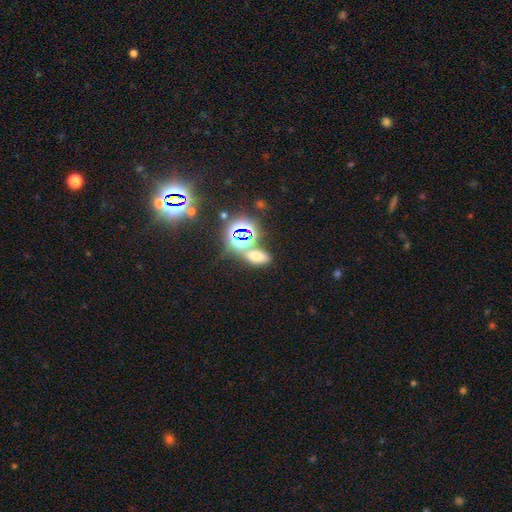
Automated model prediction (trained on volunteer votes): A smooth galaxy with no disk features (55%) that is in between round and cigar-shaped (77%).

Vote fractions:
- Smooth or featured? smooth: 55% / star or artifact: 36% / featured or disk: 9%
- How rounded? in between: 77% / round: 17% / cigar-shaped: 7%
- Merging? none: 65% / merger: 19% / minor disturbance: 11% / major disturbance: 5%